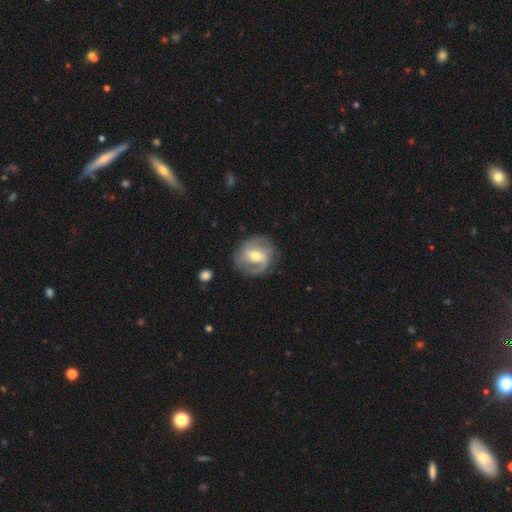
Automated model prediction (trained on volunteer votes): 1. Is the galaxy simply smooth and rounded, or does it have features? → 76% featured or disk, 18% smooth, 6% star or artifact.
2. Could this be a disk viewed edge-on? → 97% no, 3% yes.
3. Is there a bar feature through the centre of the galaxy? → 49% weak, 27% strong, 24% no.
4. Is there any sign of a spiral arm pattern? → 90% yes, 10% no.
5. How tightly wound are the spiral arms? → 45% medium, 27% loose, 27% tight.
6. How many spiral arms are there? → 70% 2, 11% 1, 11% can't tell, 5% 3, 2% 4, 2% more than 4.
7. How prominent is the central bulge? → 64% moderate, 29% small, 4% large, 1% none, 1% dominant.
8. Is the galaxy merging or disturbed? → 76% none, 16% minor disturbance, 7% major disturbance, 2% merger.